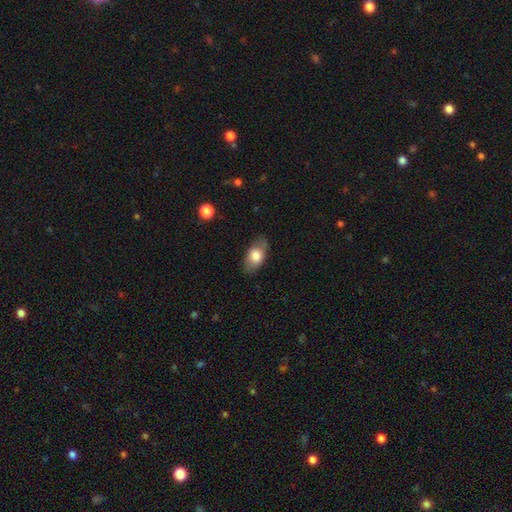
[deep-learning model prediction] This appears to be a smooth galaxy with no disk features (73%) that is in between round and cigar-shaped (89%). Merging: none (77%).